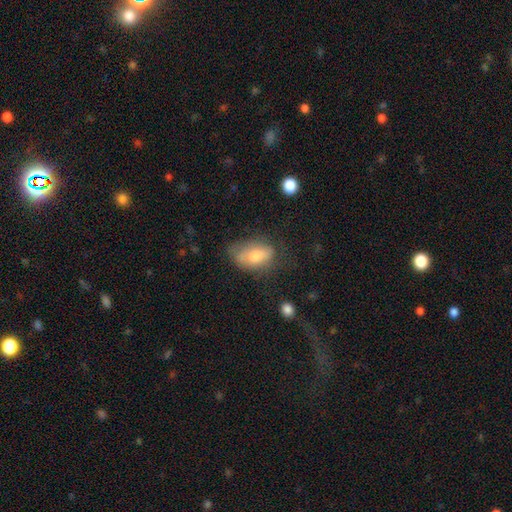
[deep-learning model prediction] Smooth or featured? Predicted: smooth (p=0.67). How rounded? Predicted: in between (p=0.89). Merging? Predicted: none (p=0.47).